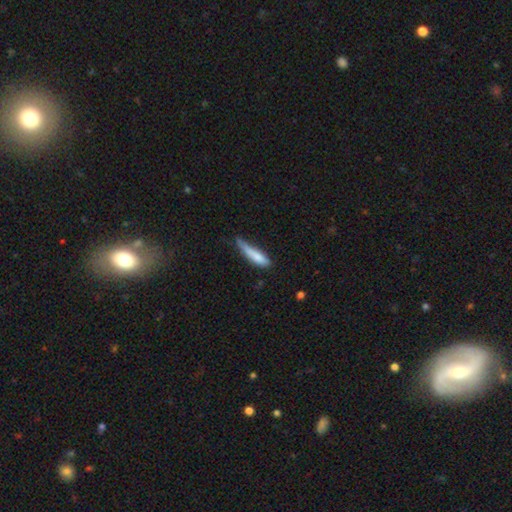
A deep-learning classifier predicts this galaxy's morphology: Smooth or featured? smooth (77%)
How rounded? cigar-shaped (79%)
Merging? minor disturbance (43%)